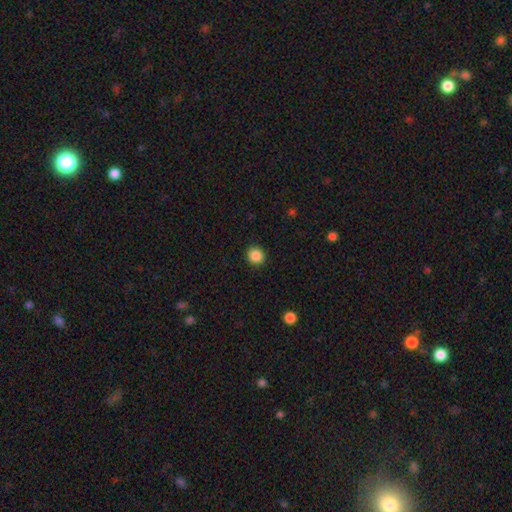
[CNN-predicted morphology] This appears to be a smooth galaxy with no disk features (87%) that is round (89%). Merging: none (92%).